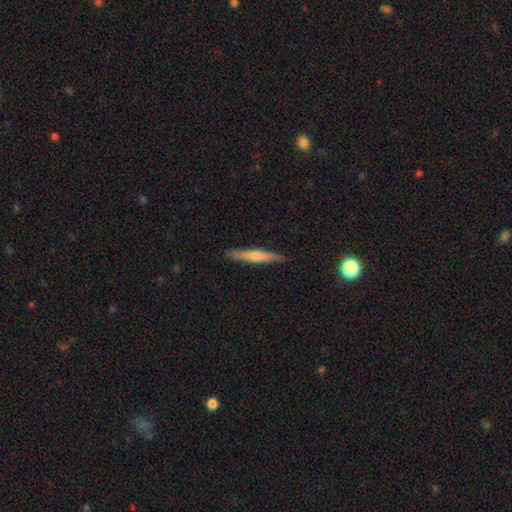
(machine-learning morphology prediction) Overall: featured or disk (57%; smooth 37%). Edge-on disk: yes (97%). Edge-on bulge: rounded (70%). Merging: none (91%).